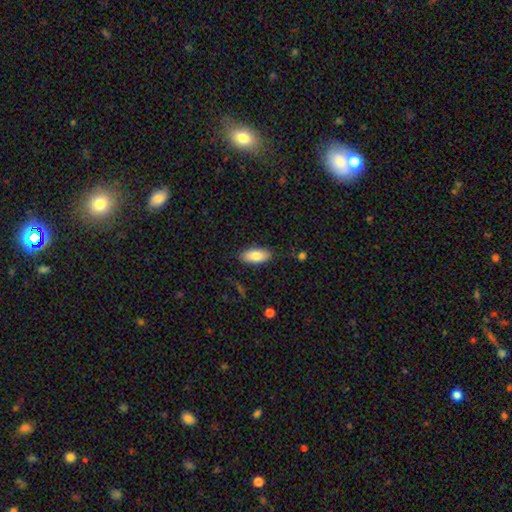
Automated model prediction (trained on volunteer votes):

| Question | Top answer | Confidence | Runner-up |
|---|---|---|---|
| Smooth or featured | smooth | 82% | featured or disk (12%) |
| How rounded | in between | 89% | cigar-shaped (9%) |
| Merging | none | 86% | minor disturbance (11%) |